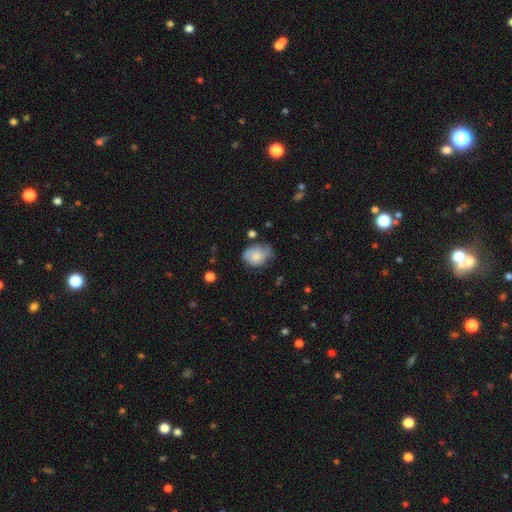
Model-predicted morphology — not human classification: smooth_or_featured: smooth (p=0.69) [alt: featured or disk p=0.23]
how_rounded: in between (p=0.67) [alt: round p=0.32]
merging: none (p=0.43) [alt: minor disturbance p=0.38]